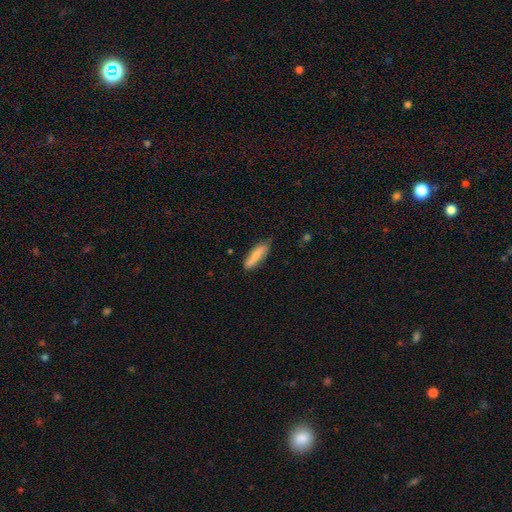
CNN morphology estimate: This appears to be a smooth galaxy with no disk features (74%) that is cigar-shaped (64%). Merging: none (69%).